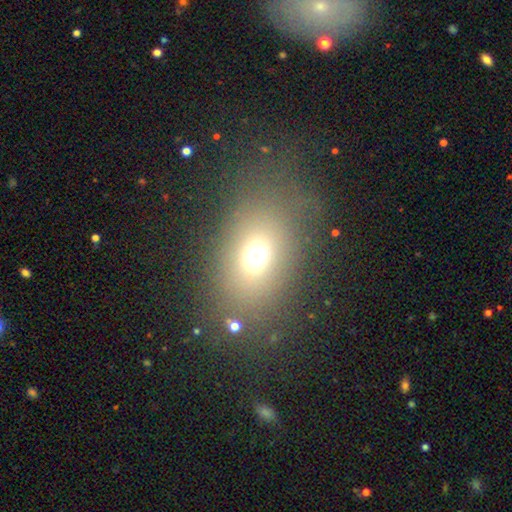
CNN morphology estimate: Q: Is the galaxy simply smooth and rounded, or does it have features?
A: smooth — 67%.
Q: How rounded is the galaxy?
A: in between — 66%.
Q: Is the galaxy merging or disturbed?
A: none — 71%.